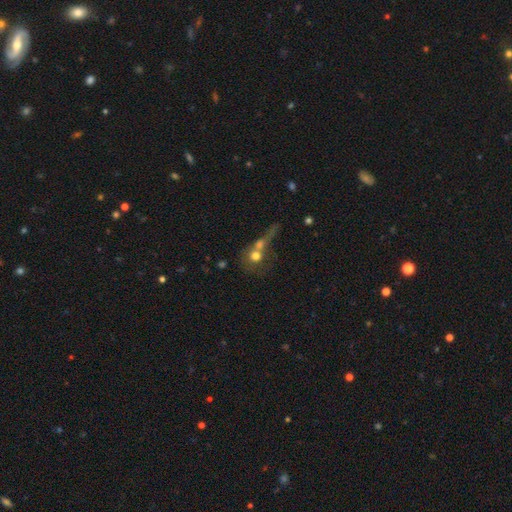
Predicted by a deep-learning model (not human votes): Smooth or featured: smooth — 62% (featured or disk — 25%)
How rounded: round — 74% (in between — 21%)
Merging: merger — 63% (none — 19%)